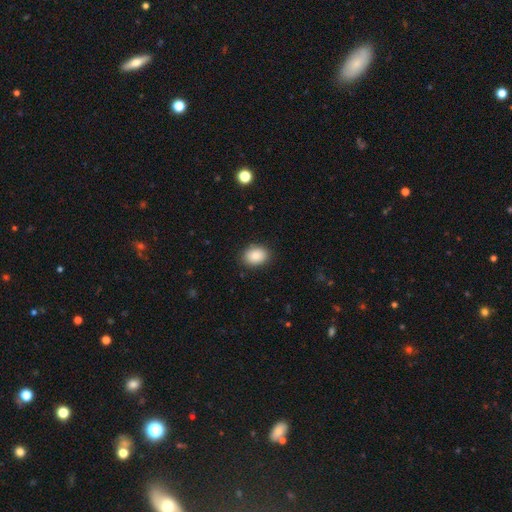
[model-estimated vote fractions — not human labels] The model was most divided on "how rounded": in between: 65%, round: 34%, cigar-shaped: 1%. More confident: smooth or featured — smooth (88%); merging — none (88%).